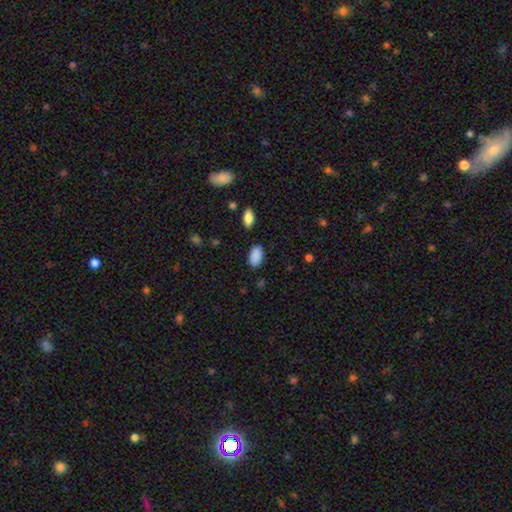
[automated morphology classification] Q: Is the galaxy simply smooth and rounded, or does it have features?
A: smooth — 89%.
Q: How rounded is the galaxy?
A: in between — 93%.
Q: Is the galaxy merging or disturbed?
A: none — 84%.